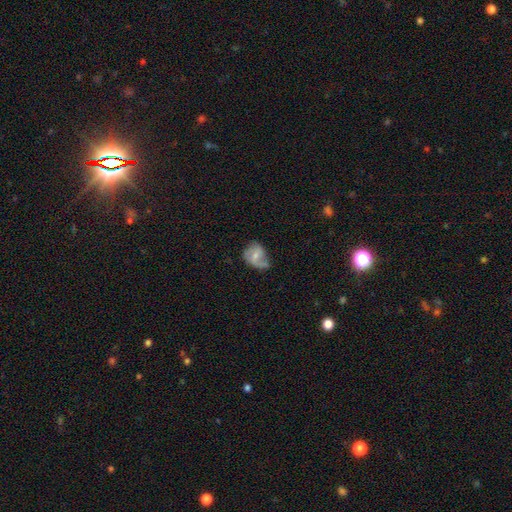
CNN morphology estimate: featured or disk 50%, smooth 43%, star or artifact 8%. Down the decision tree: merging — minor disturbance (37%).